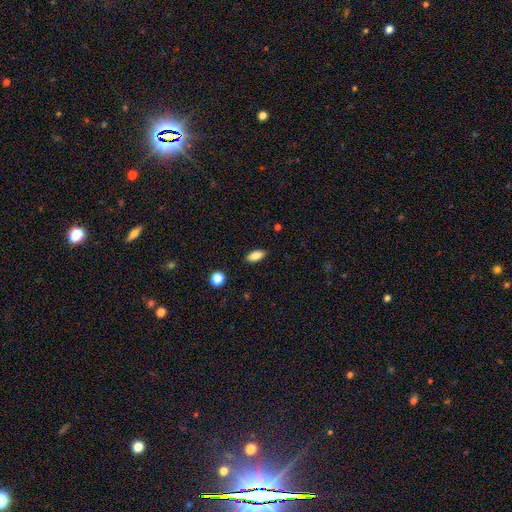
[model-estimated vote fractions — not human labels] Smooth or featured: smooth — 86% (star or artifact — 8%)
How rounded: in between — 87% (cigar-shaped — 10%)
Merging: none — 88% (minor disturbance — 8%)